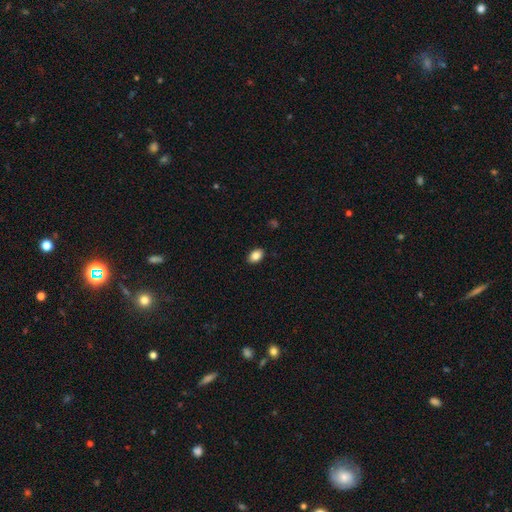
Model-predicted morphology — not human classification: A smooth galaxy with no disk features (86%) that is in between round and cigar-shaped (83%).

Vote fractions:
- Smooth or featured? smooth: 86% / star or artifact: 8% / featured or disk: 6%
- How rounded? in between: 83% / round: 16% / cigar-shaped: 1%
- Merging? none: 90% / minor disturbance: 8% / major disturbance: 2% / merger: 1%